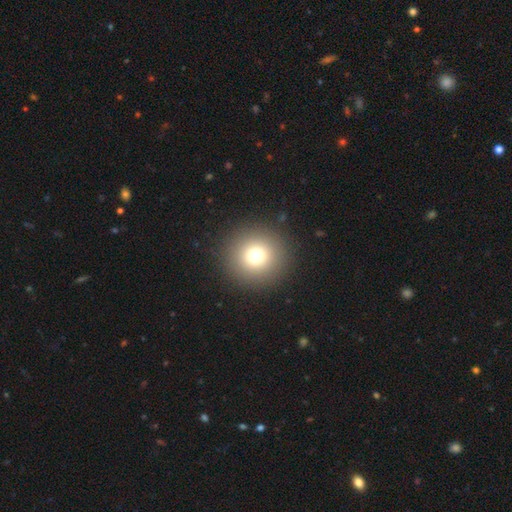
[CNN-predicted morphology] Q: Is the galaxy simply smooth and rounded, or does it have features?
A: smooth — 75%.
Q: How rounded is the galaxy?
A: round — 96%.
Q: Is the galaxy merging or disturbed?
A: none — 92%.